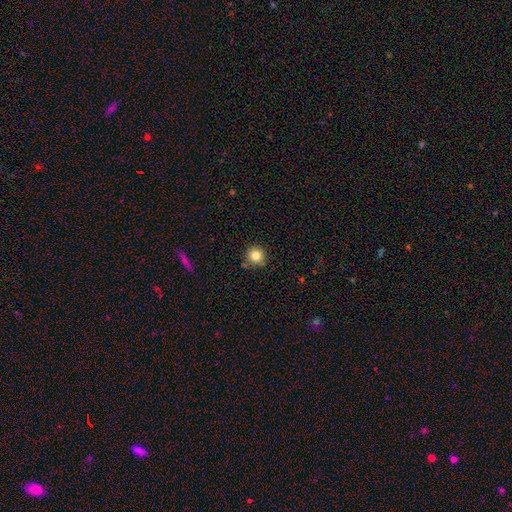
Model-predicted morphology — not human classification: A smooth galaxy with no disk features (82%) that is round (95%).

Vote fractions:
- Smooth or featured? smooth: 82% / star or artifact: 11% / featured or disk: 7%
- How rounded? round: 95% / in between: 4% / cigar-shaped: 1%
- Merging? none: 83% / minor disturbance: 10% / merger: 5% / major disturbance: 2%